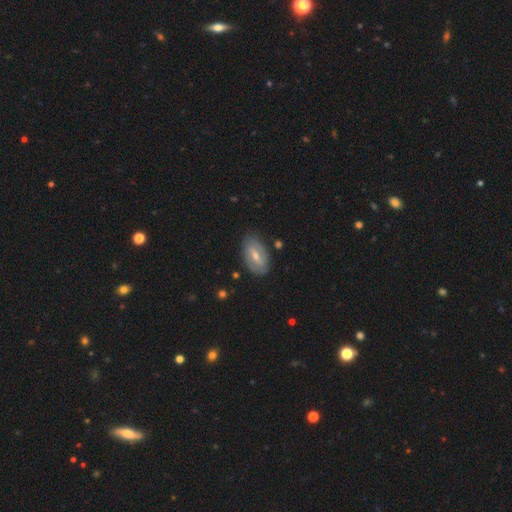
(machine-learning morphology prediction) smooth-or-featured: featured or disk: 62% | smooth: 32% | star or artifact: 6%
  disk-edge-on: no: 93% | yes: 7%
    bar: weak: 52% | strong: 30% | no: 18%
    has-spiral-arms: yes: 72% | no: 28%
    bulge-size: moderate: 52% | small: 43% | large: 3% | none: 2% | dominant: 1%
  merging: none: 79% | minor disturbance: 15% | major disturbance: 4% | merger: 2%